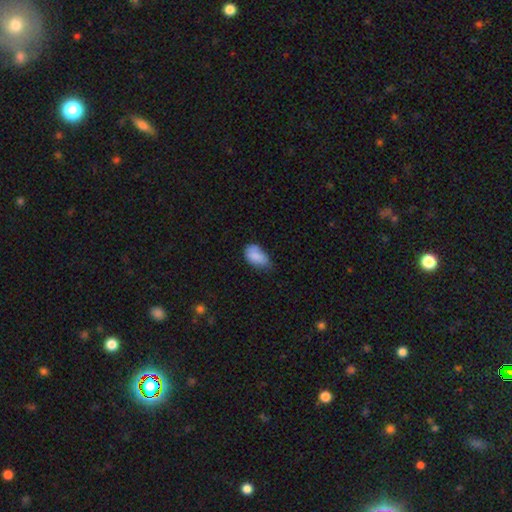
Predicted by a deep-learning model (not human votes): Smooth or featured?
  - smooth: 82% *
  - featured or disk: 10%
  - star or artifact: 8%
How rounded?
  - in between: 91% *
  - round: 7%
  - cigar-shaped: 2%
Merging?
  - minor disturbance: 49% *
  - none: 35%
  - major disturbance: 13%
  - merger: 3%